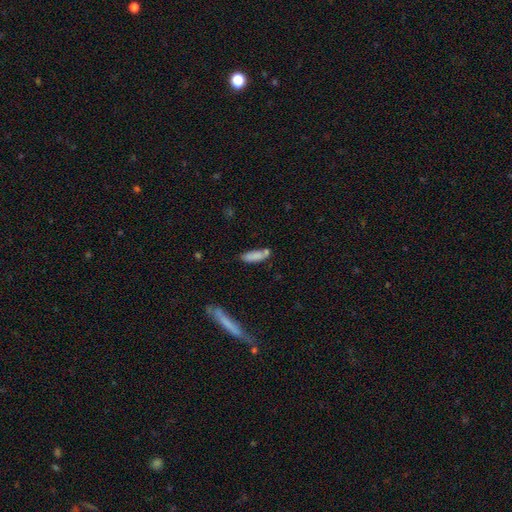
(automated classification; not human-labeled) This appears to be a smooth galaxy with no disk features (82%) that is in between round and cigar-shaped (52%). Merging: none (60%).